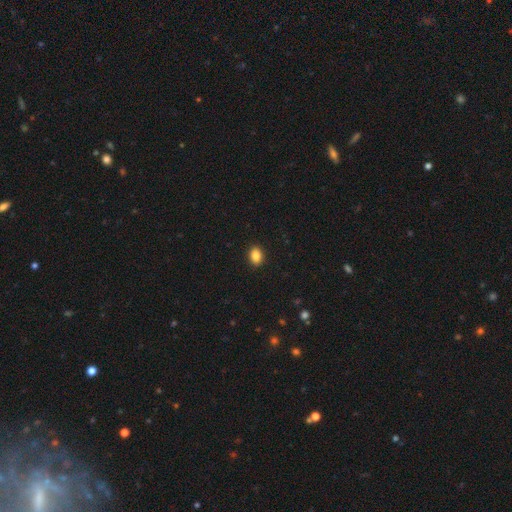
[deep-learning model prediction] Q: Smooth or featured?
A: smooth (87%); runner-up: star or artifact (9%)
Q: How rounded?
A: in between (72%); runner-up: round (27%)
Q: Merging?
A: none (91%); runner-up: minor disturbance (6%)